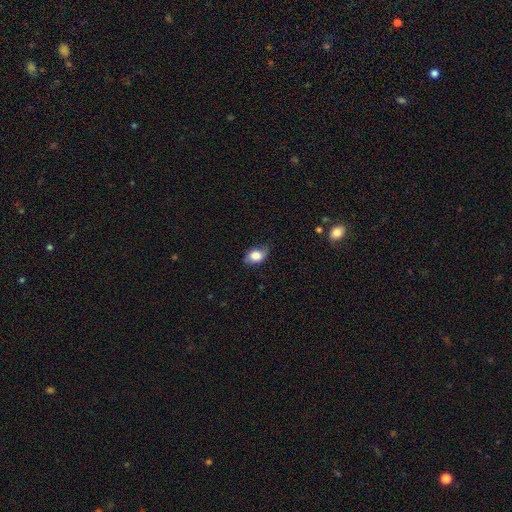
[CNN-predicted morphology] Smooth or featured?
  - smooth: 78% *
  - featured or disk: 14%
  - star or artifact: 8%
How rounded?
  - in between: 80% *
  - round: 18%
  - cigar-shaped: 2%
Merging?
  - none: 66% *
  - minor disturbance: 27%
  - major disturbance: 6%
  - merger: 1%